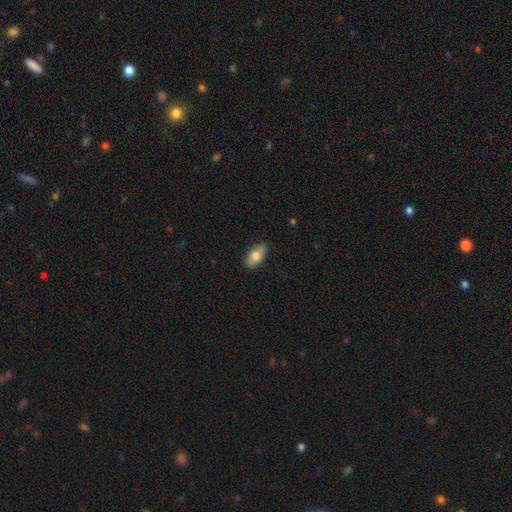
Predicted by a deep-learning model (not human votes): A smooth galaxy with no disk features (73%) that is in between round and cigar-shaped (91%).

Vote fractions:
- Smooth or featured? smooth: 73% / featured or disk: 20% / star or artifact: 7%
- How rounded? in between: 91% / round: 5% / cigar-shaped: 4%
- Merging? none: 83% / minor disturbance: 13% / major disturbance: 2% / merger: 1%